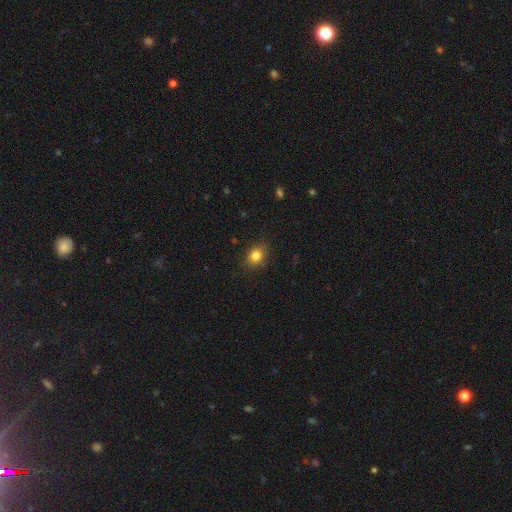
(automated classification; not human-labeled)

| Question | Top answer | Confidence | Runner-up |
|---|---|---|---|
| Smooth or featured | smooth | 83% | star or artifact (11%) |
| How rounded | round | 51% | in between (48%) |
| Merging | none | 85% | minor disturbance (11%) |